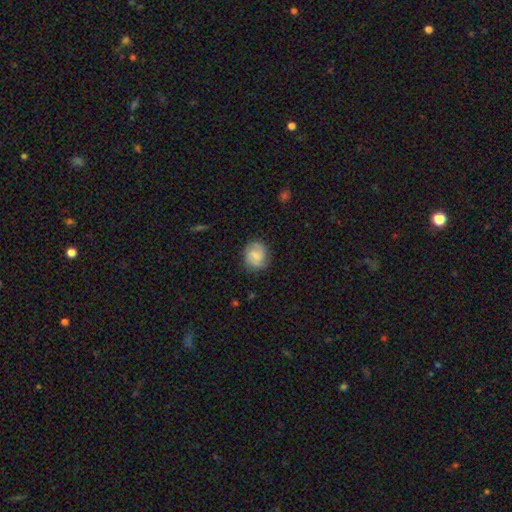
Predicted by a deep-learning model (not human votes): Morphology: type=smooth (47%); merging=none (80%).